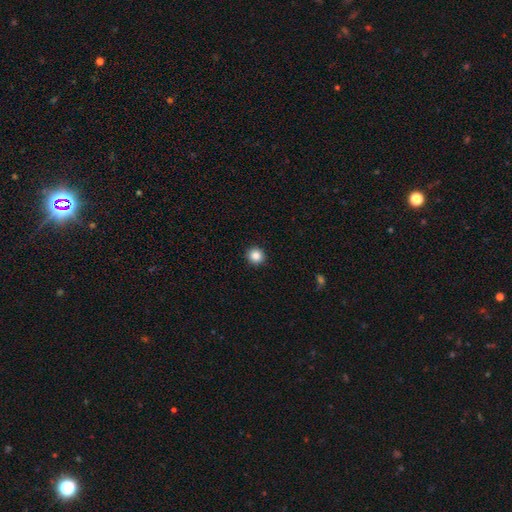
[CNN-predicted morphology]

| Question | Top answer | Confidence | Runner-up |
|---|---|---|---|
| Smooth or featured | smooth | 86% | star or artifact (10%) |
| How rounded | round | 93% | in between (6%) |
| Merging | none | 93% | minor disturbance (5%) |